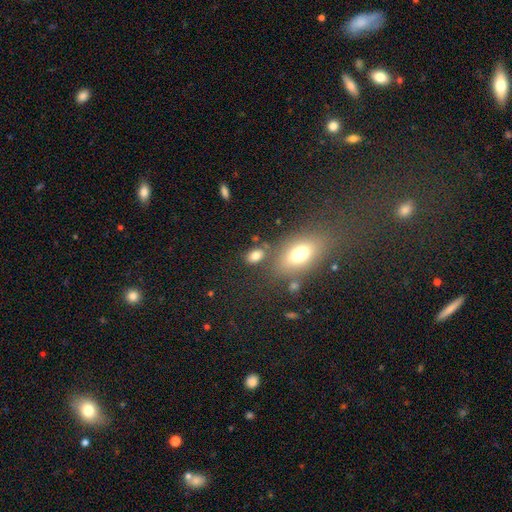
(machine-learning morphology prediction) Q: Smooth or featured?
A: smooth (77%); runner-up: star or artifact (12%)
Q: How rounded?
A: in between (81%); runner-up: round (16%)
Q: Merging?
A: none (67%); runner-up: merger (14%)